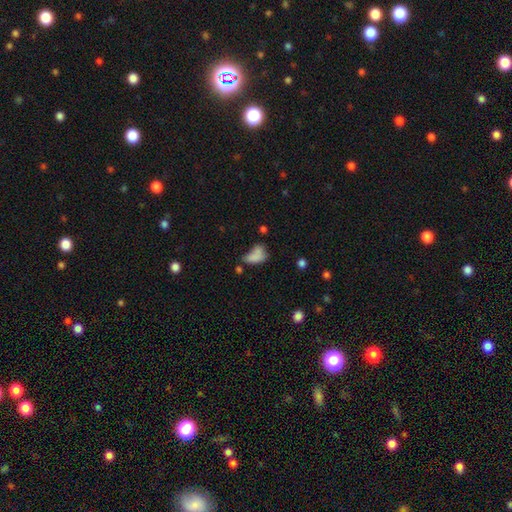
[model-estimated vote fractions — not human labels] This appears to be a smooth galaxy with no disk features (74%) that is in between round and cigar-shaped (86%). Merging: major disturbance (28%, tied with minor disturbance).